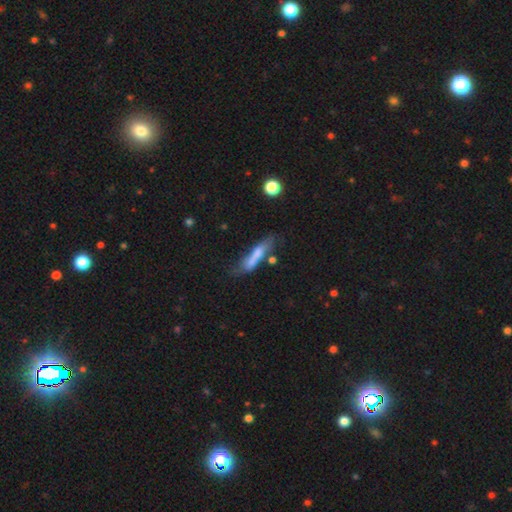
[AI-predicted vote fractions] smooth-or-featured: smooth: 60% | featured or disk: 32% | star or artifact: 8%
  how-rounded: cigar-shaped: 79% | in between: 19% | round: 2%
  merging: none: 41% | minor disturbance: 26% | major disturbance: 17% | merger: 16%